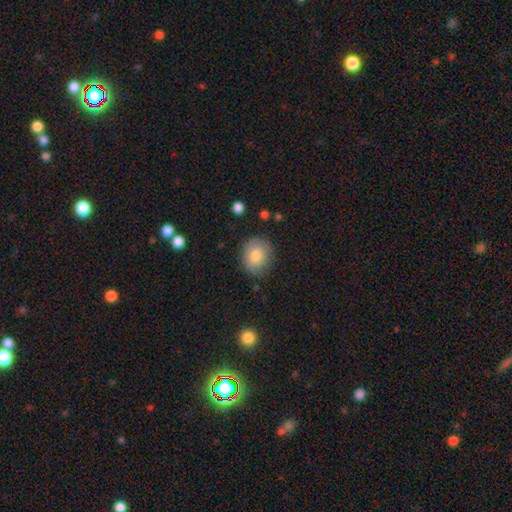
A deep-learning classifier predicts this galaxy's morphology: The model was most divided on "how rounded": round: 70%, in between: 29%, cigar-shaped: 1%. More confident: merging — none (80%); smooth or featured — smooth (76%).